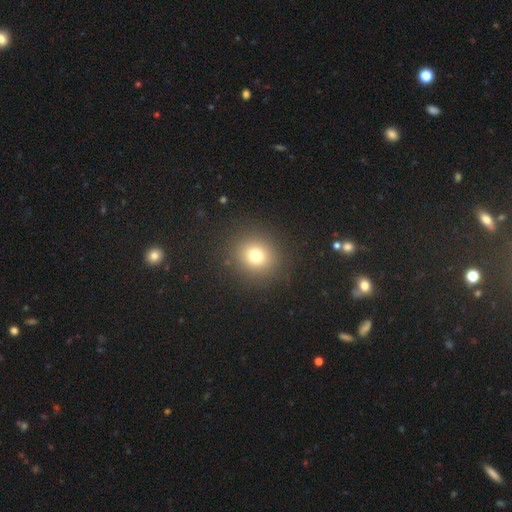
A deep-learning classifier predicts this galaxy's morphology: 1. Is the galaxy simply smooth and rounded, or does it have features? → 75% smooth, 16% star or artifact, 9% featured or disk.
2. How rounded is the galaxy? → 86% round, 13% in between, 1% cigar-shaped.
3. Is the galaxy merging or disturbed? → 89% none, 6% minor disturbance, 3% major disturbance, 1% merger.